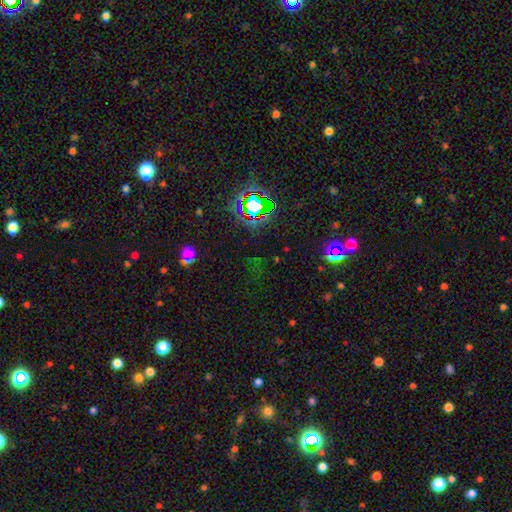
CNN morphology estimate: Smooth or featured?
  - star or artifact: 74% *
  - smooth: 17%
  - featured or disk: 9%